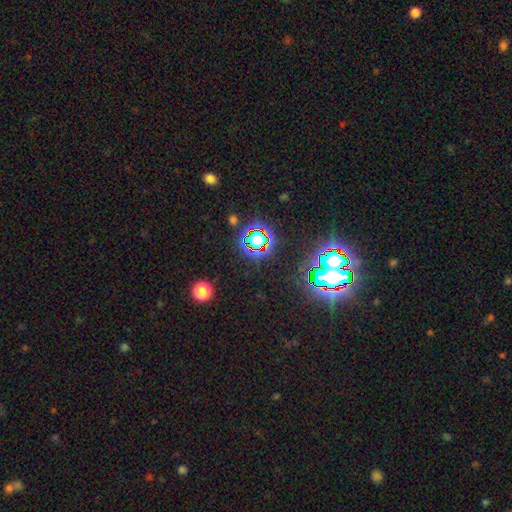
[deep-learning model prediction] Smooth or featured?
  - star or artifact: 80% *
  - smooth: 12%
  - featured or disk: 8%